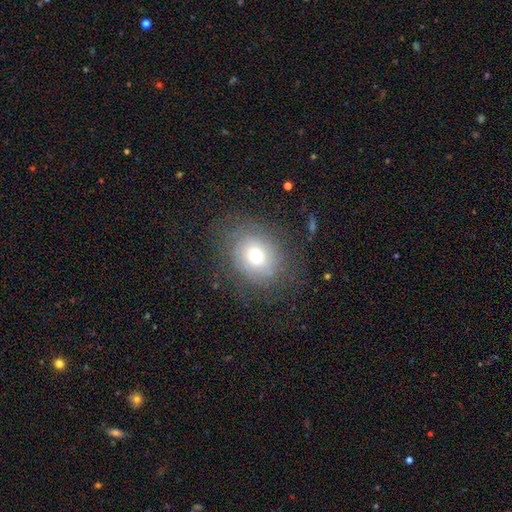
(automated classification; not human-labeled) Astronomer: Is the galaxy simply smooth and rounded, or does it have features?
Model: smooth — 50% (runner-up: featured or disk, 37%).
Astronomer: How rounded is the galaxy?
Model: round — 51% (runner-up: in between, 48%).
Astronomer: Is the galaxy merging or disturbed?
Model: none — 74%.